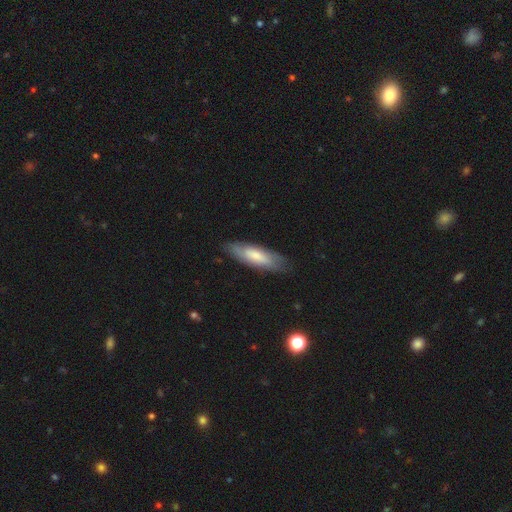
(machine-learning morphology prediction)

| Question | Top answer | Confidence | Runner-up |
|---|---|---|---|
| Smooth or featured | smooth | 62% | featured or disk (32%) |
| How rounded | in between | 53% | cigar-shaped (46%) |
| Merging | none | 79% | minor disturbance (16%) |